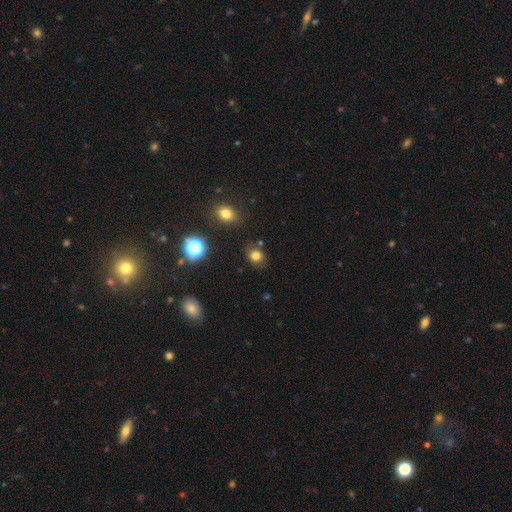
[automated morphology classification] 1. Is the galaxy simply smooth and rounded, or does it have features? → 77% smooth, 16% star or artifact, 6% featured or disk.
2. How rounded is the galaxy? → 66% round, 33% in between, 1% cigar-shaped.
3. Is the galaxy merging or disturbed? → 77% none, 14% minor disturbance, 4% merger, 4% major disturbance.